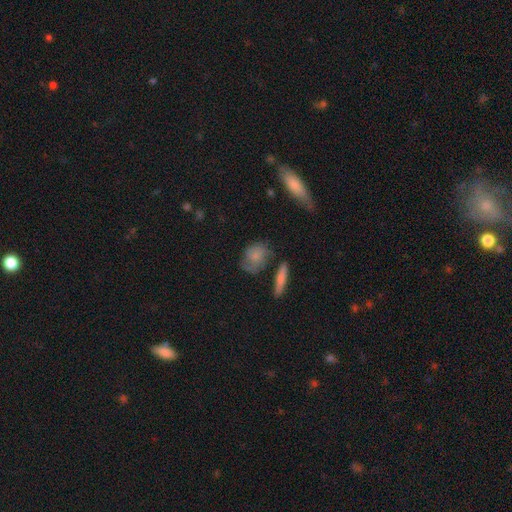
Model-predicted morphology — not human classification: This is likely a smooth galaxy (63%). How rounded: possibly in between (56%). Merging: possibly none (53%).